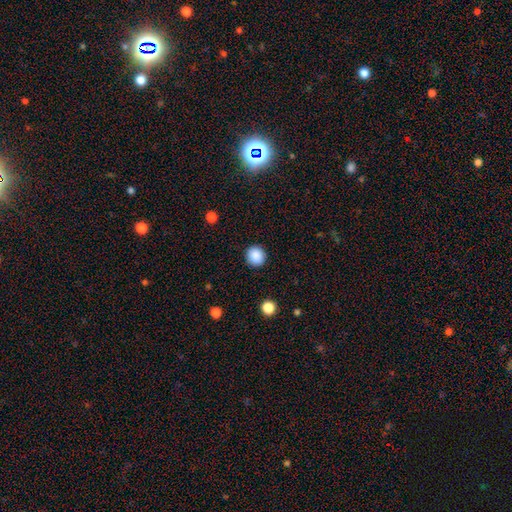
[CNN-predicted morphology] A smooth galaxy with no disk features (88%) that is round (92%).

Vote fractions:
- Smooth or featured? smooth: 88% / star or artifact: 9% / featured or disk: 3%
- How rounded? round: 92% / in between: 7% / cigar-shaped: 1%
- Merging? none: 91% / minor disturbance: 6% / major disturbance: 2% / merger: 1%